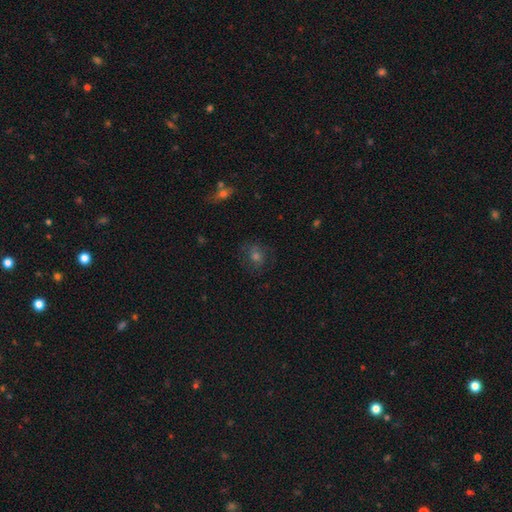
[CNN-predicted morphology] Overall: smooth (45%; star or artifact 28%). Merging: none (75%).